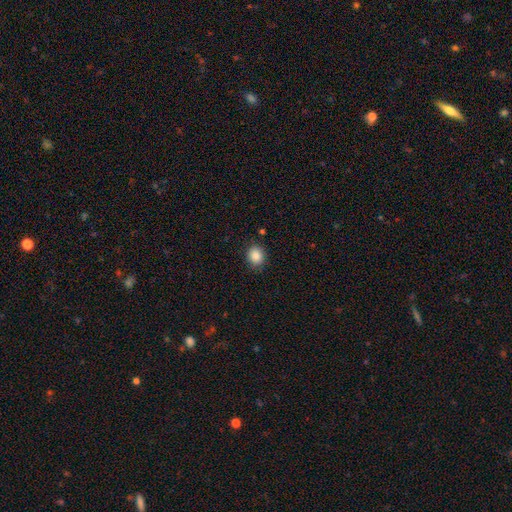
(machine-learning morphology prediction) smooth-or-featured: smooth: 87% | star or artifact: 9% | featured or disk: 4%
  how-rounded: round: 65% | in between: 34% | cigar-shaped: 1%
  merging: none: 85% | minor disturbance: 11% | major disturbance: 3% | merger: 1%